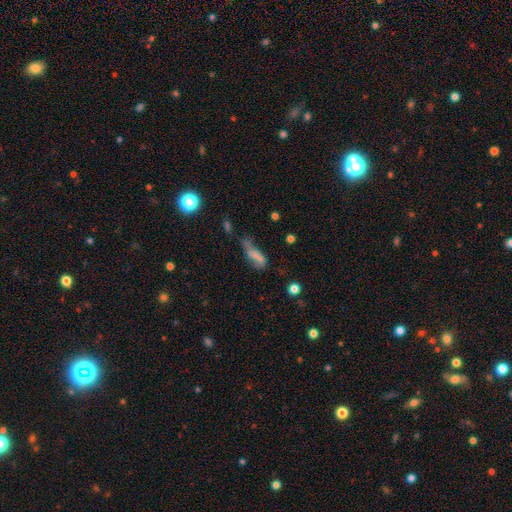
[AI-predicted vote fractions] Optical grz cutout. It shows a smooth galaxy with no disk features (58%) that is in between round and cigar-shaped (63%). Merging: major disturbance (30%).